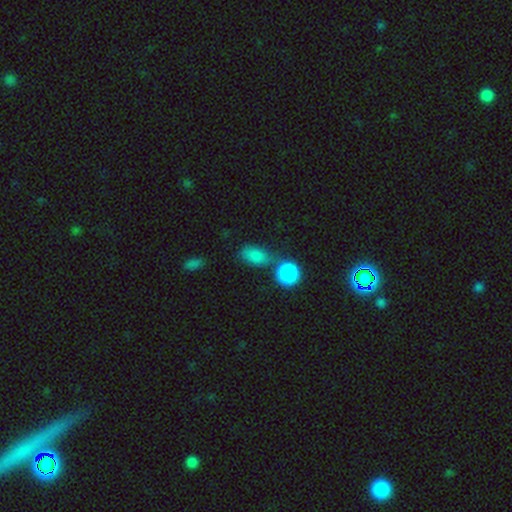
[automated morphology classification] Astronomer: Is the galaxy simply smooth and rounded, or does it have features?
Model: smooth — 83%.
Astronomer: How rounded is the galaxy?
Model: in between — 78%.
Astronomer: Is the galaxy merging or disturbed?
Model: none — 44% (runner-up: merger, 35%).